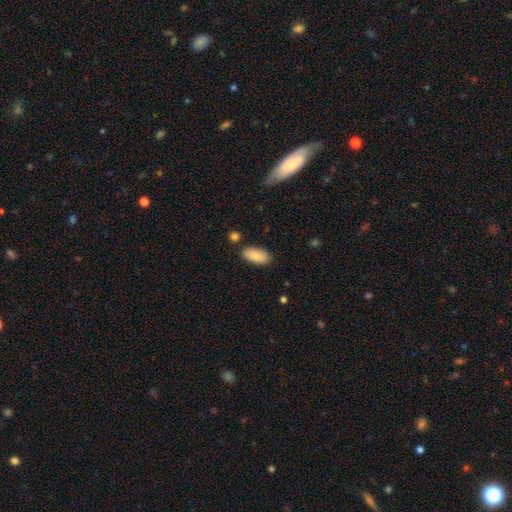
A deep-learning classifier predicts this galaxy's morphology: Q: Smooth or featured?
A: smooth (85%); runner-up: featured or disk (8%)
Q: How rounded?
A: in between (92%); runner-up: cigar-shaped (6%)
Q: Merging?
A: none (83%); runner-up: minor disturbance (11%)